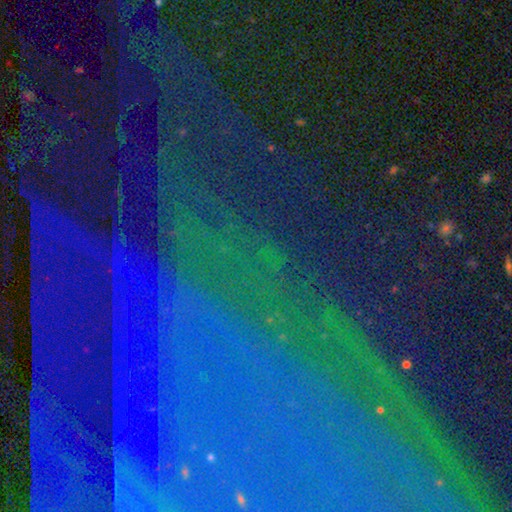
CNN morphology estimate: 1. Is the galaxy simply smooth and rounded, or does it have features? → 84% star or artifact, 9% featured or disk, 7% smooth.